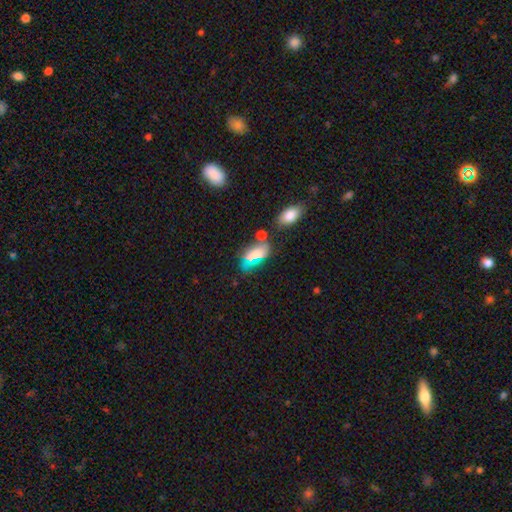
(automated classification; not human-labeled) A smooth galaxy with no disk features (70%) that is in between round and cigar-shaped (88%). Merging: none (55%).